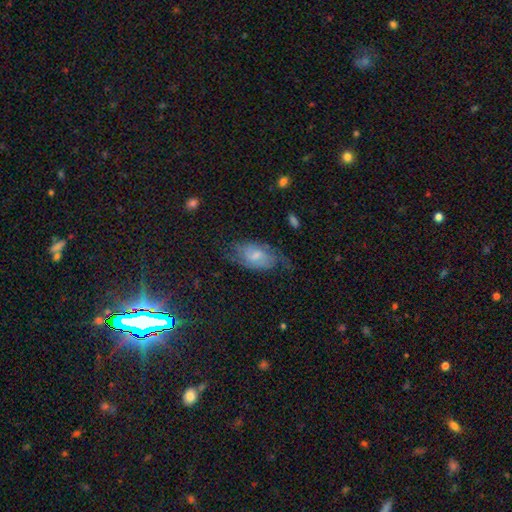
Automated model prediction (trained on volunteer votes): This is possibly a featured or disk galaxy (56%). It is clearly not viewed edge-on (93%). Bar: possibly weak (48%). Spiral arm pattern: clearly yes (84%). Central bulge: marginally moderate (43%). Merging: possibly none (57%).